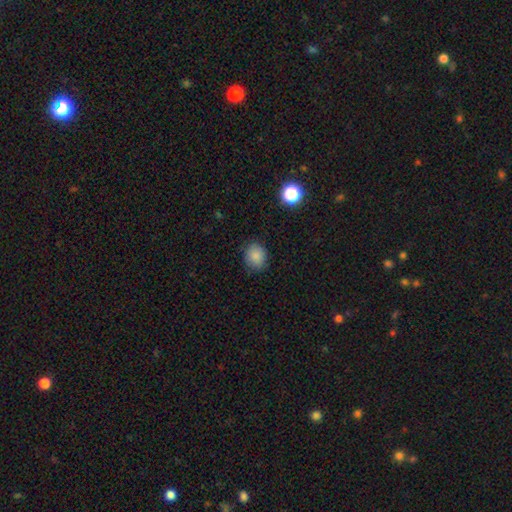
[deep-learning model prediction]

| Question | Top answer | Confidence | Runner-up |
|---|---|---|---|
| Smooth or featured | smooth | 85% | star or artifact (10%) |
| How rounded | round | 69% | in between (30%) |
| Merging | none | 84% | minor disturbance (12%) |